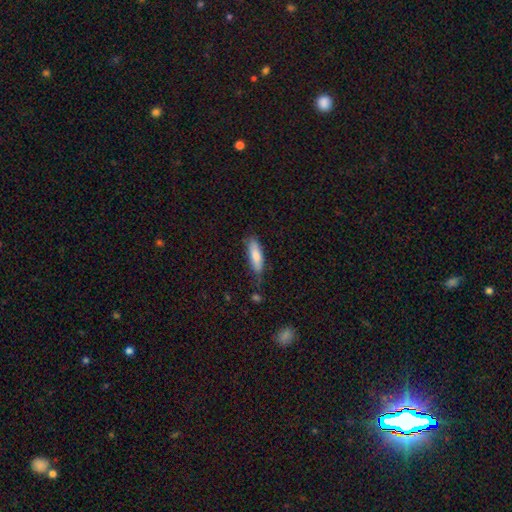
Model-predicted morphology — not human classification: This is clearly a smooth galaxy (81%). How rounded: possibly in between (49%, tied with cigar-shaped). Merging: likely none (72%).